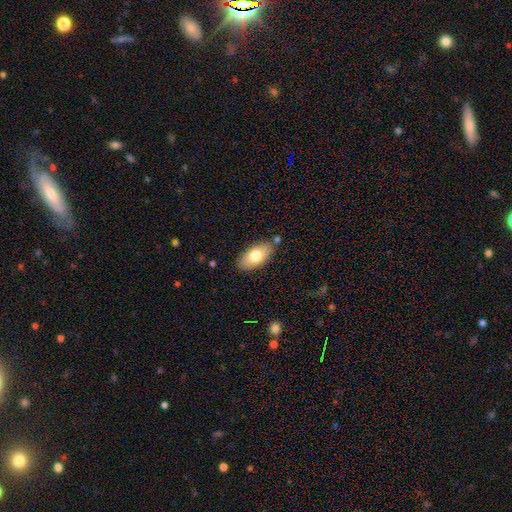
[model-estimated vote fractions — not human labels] Overall: smooth (75%). How rounded: in between (93%). Merging: none (82%).